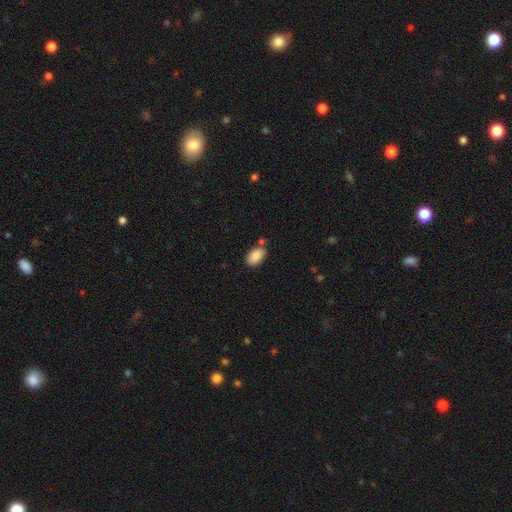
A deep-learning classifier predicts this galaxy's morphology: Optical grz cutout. It shows a smooth galaxy with no disk features (87%) that is in between round and cigar-shaped (91%). Merging: none (72%).